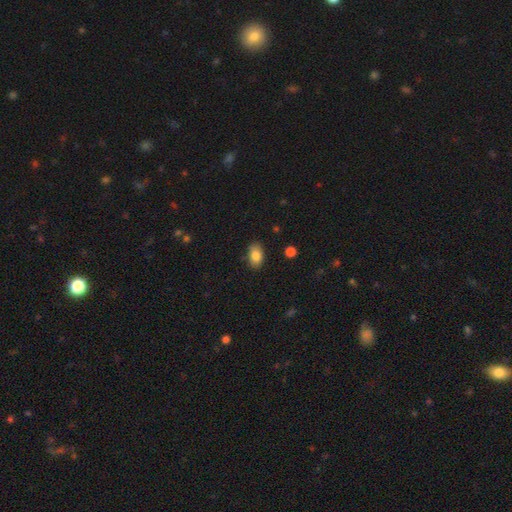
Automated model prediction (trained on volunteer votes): Q: Smooth or featured?
A: smooth (84%); runner-up: featured or disk (8%)
Q: How rounded?
A: in between (87%); runner-up: round (11%)
Q: Merging?
A: none (86%); runner-up: minor disturbance (11%)